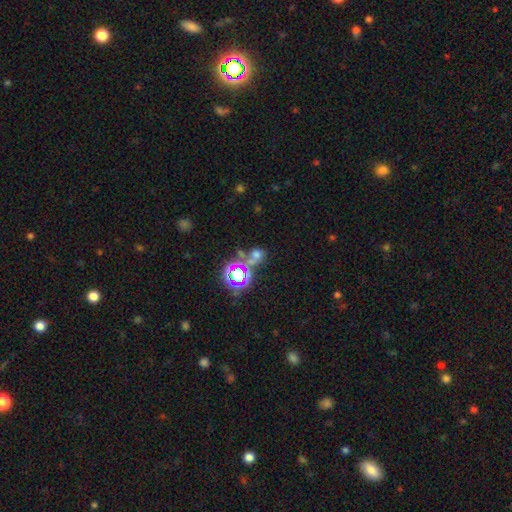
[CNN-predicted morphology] Smooth or featured? Predicted: smooth (p=0.46). Merging? Predicted: none (p=0.45).